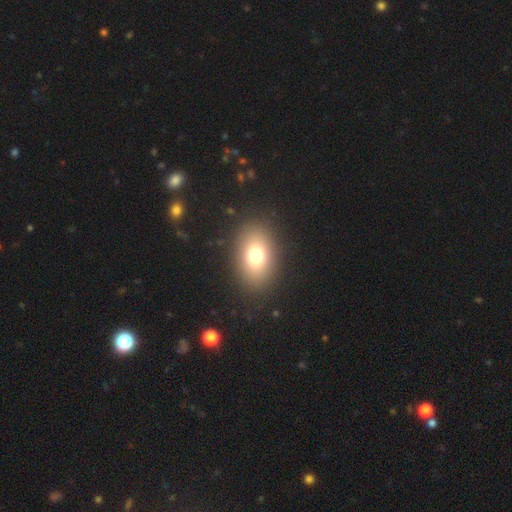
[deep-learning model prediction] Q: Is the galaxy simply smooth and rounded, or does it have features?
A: smooth — 74%.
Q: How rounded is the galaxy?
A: in between — 76%.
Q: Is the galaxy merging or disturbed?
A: none — 86%.